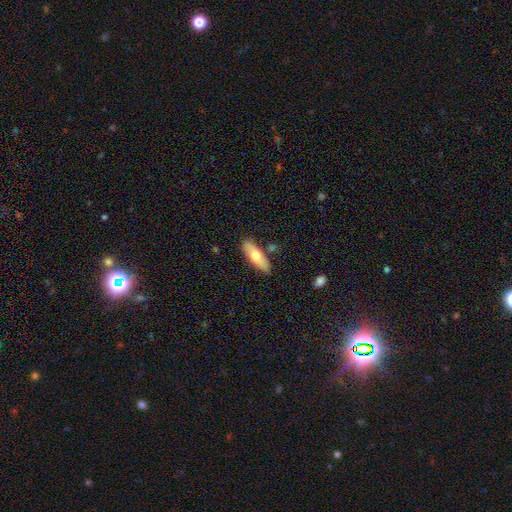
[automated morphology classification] The model was most divided on "how rounded": in between: 56%, cigar-shaped: 42%, round: 2%. More confident: merging — none (81%); smooth or featured — smooth (64%).